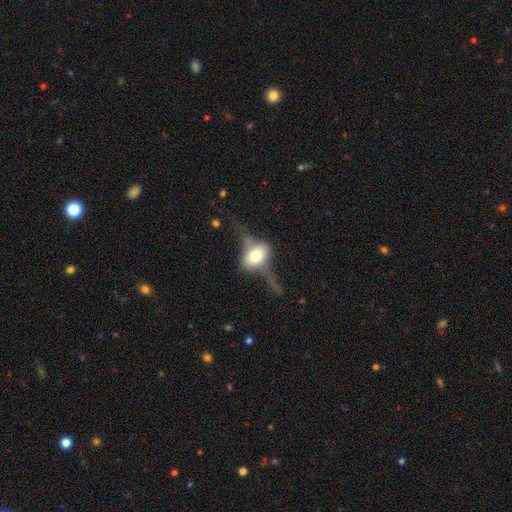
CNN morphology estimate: smooth_or_featured: featured or disk (p=0.56) [alt: smooth p=0.36]
disk_edge_on: yes (p=0.78) [alt: no p=0.22]
merging: none (p=0.45) [alt: major disturbance p=0.27]